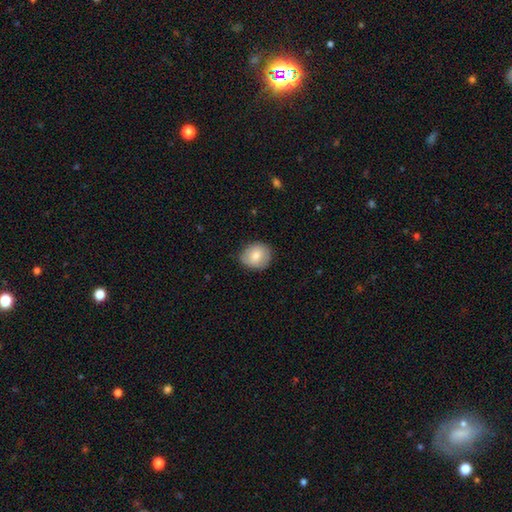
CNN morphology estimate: smooth-or-featured: smooth: 78% | featured or disk: 14% | star or artifact: 7%
  how-rounded: round: 71% | in between: 28% | cigar-shaped: 1%
  merging: none: 77% | minor disturbance: 19% | major disturbance: 3% | merger: 1%